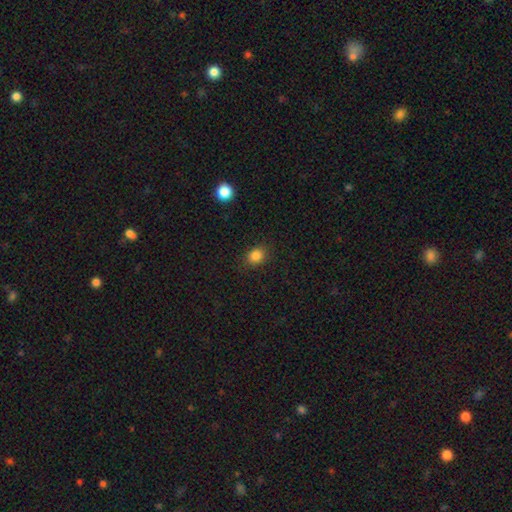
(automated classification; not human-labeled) Overall: smooth (83%). How rounded: round (62%; in between 37%). Merging: none (85%).